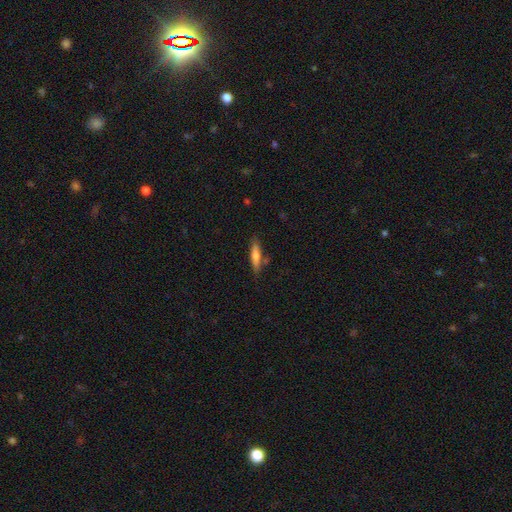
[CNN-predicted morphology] This is likely a smooth galaxy (68%). How rounded: clearly cigar-shaped (82%). Merging: likely none (78%).